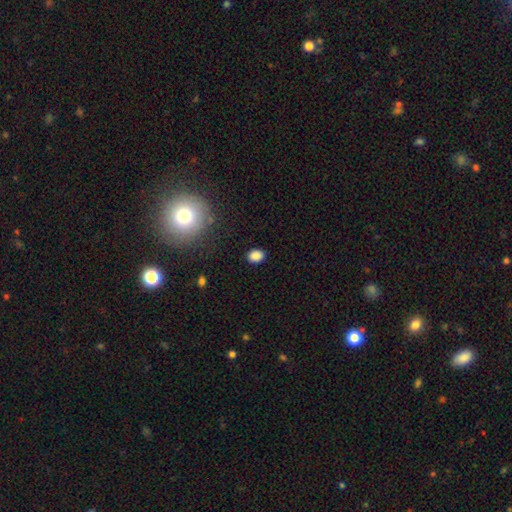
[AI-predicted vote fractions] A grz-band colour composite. It shows a smooth galaxy with no disk features (86%) that is in between round and cigar-shaped (67%). Merging: none (87%).